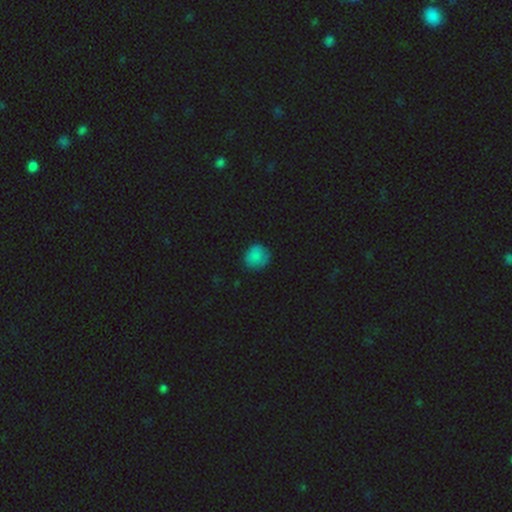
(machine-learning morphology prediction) This is clearly a smooth galaxy (83%). How rounded: clearly round (88%). Merging: clearly none (82%).